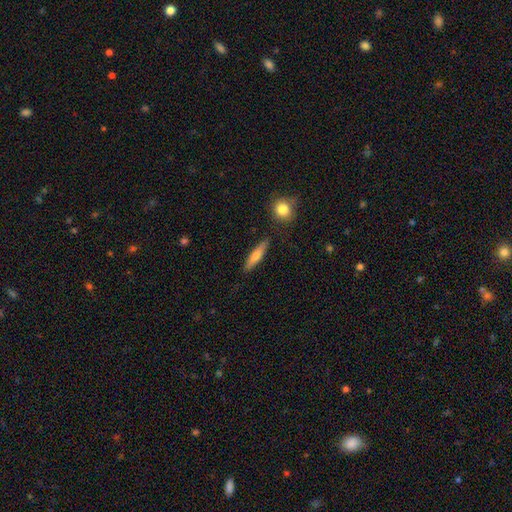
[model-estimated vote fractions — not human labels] smooth-or-featured: smooth: 67% | featured or disk: 26% | star or artifact: 7%
  how-rounded: cigar-shaped: 77% | in between: 20% | round: 3%
  merging: none: 86% | minor disturbance: 10% | merger: 3% | major disturbance: 2%